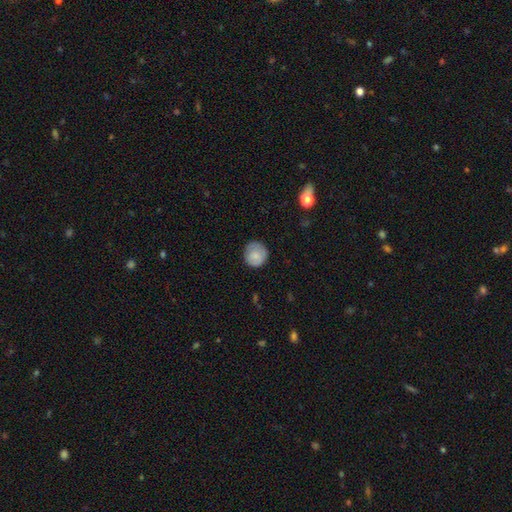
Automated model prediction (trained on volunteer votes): Q: Smooth or featured?
A: smooth (81%); runner-up: featured or disk (12%)
Q: How rounded?
A: round (92%); runner-up: in between (7%)
Q: Merging?
A: none (81%); runner-up: minor disturbance (15%)